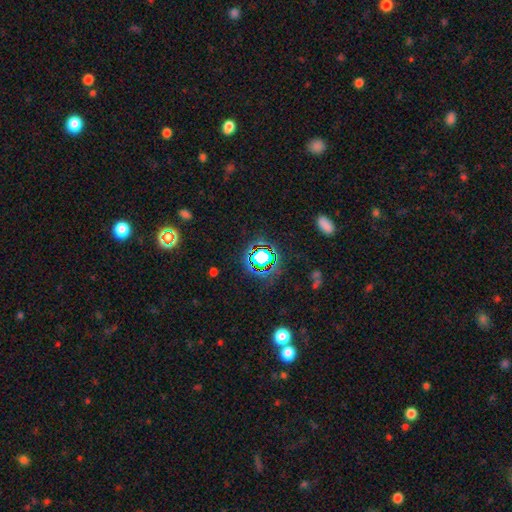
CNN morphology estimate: Overall: star or artifact (67%).